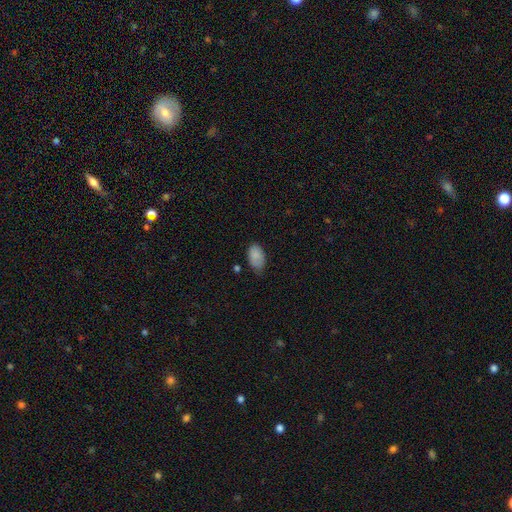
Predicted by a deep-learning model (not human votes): This appears to be a smooth galaxy with no disk features (87%) that is in between round and cigar-shaped (93%). Merging: none (61%).